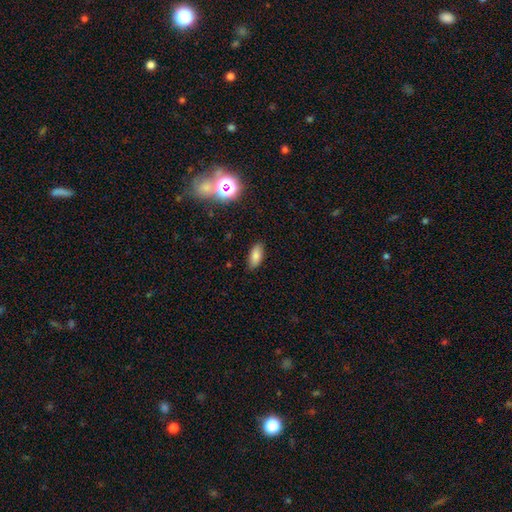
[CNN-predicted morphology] A smooth galaxy with no disk features (81%) that is in between round and cigar-shaped (88%). Merging: none (86%).